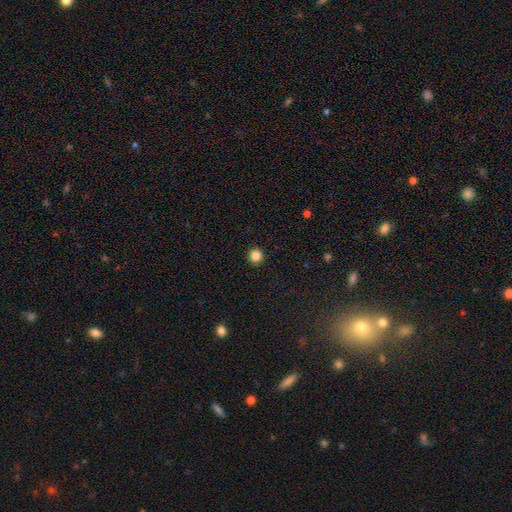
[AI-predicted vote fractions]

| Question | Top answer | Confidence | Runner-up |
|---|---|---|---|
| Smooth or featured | smooth | 84% | star or artifact (12%) |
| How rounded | round | 94% | in between (5%) |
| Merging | none | 93% | minor disturbance (4%) |